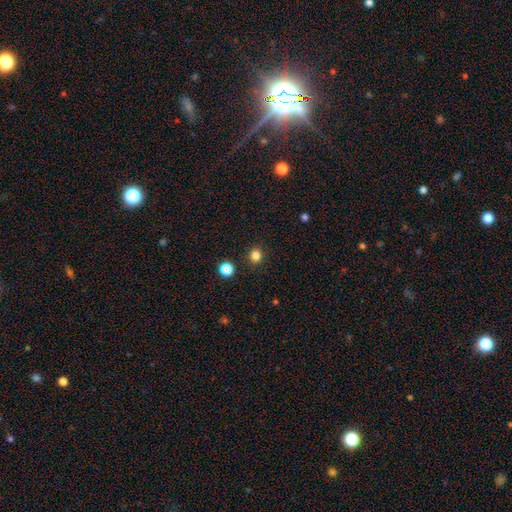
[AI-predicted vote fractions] The model was most divided on "how rounded": round: 80%, in between: 19%, cigar-shaped: 1%. More confident: merging — none (90%); smooth or featured — smooth (83%).